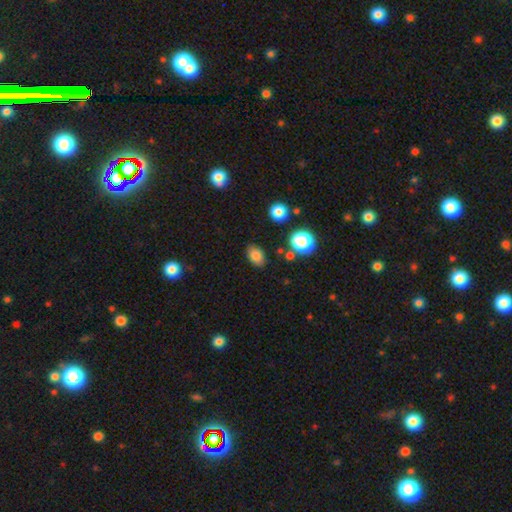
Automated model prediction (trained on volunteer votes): smooth-or-featured: smooth: 80% | star or artifact: 11% | featured or disk: 8%
  how-rounded: in between: 83% | round: 16% | cigar-shaped: 1%
  merging: none: 81% | minor disturbance: 13% | major disturbance: 3% | merger: 3%